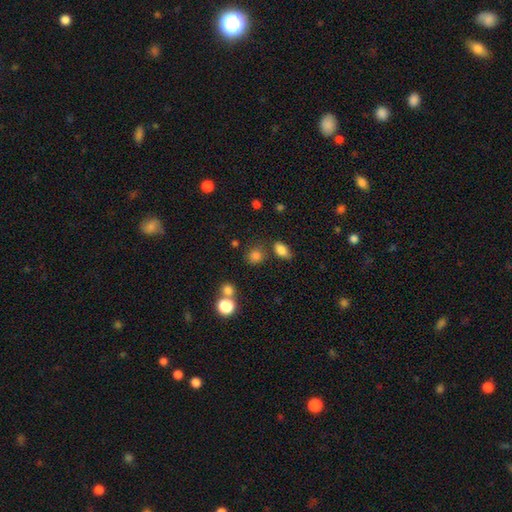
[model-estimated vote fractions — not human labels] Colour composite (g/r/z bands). It shows a smooth galaxy with no disk features (80%) that is round (76%). Merging: none (74%).